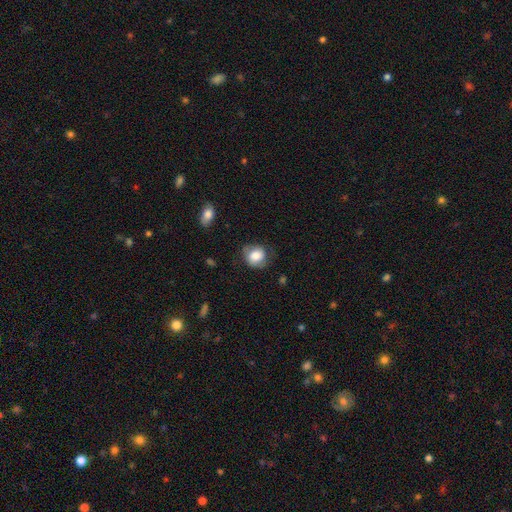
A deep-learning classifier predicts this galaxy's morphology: Smooth or featured? smooth (78%)
How rounded? round (70%)
Merging? none (64%)